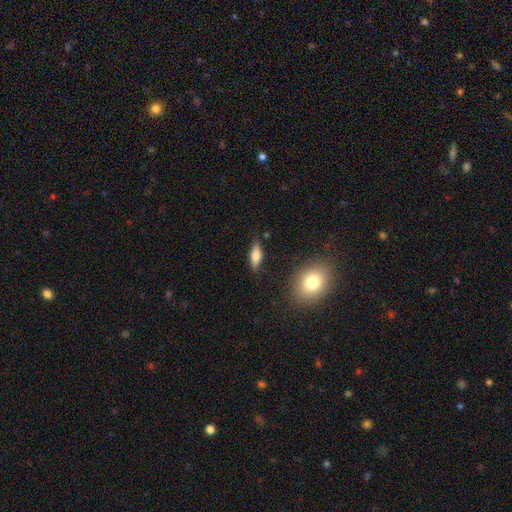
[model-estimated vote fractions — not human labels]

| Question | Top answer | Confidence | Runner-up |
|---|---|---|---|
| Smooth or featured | smooth | 71% | featured or disk (21%) |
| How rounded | in between | 68% | cigar-shaped (29%) |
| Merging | none | 82% | minor disturbance (13%) |